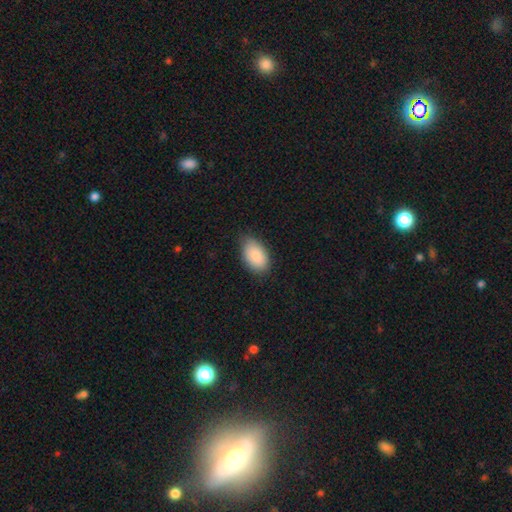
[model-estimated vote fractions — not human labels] Smooth or featured?
  - smooth: 87% *
  - featured or disk: 7%
  - star or artifact: 6%
How rounded?
  - in between: 93% *
  - round: 6%
  - cigar-shaped: 1%
Merging?
  - none: 77% *
  - minor disturbance: 18%
  - major disturbance: 3%
  - merger: 1%